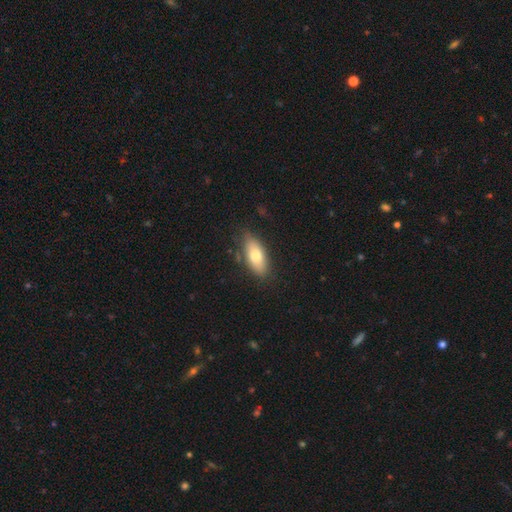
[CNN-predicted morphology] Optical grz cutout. It shows a smooth galaxy with no disk features (74%) that is in between round and cigar-shaped (82%). Merging: none (80%).